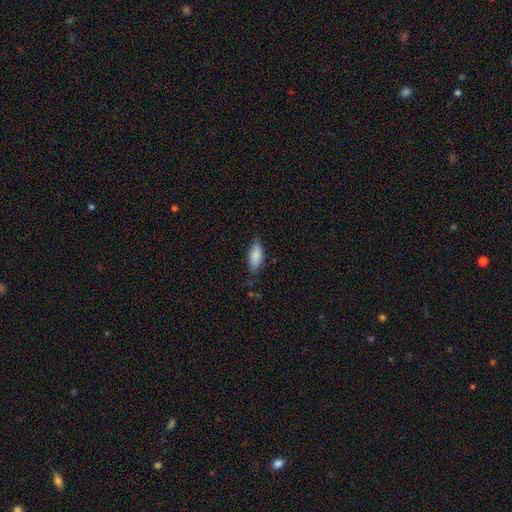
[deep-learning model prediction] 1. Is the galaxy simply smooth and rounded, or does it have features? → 86% smooth, 8% featured or disk, 6% star or artifact.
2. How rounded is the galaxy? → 85% in between, 13% cigar-shaped, 2% round.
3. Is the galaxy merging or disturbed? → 74% none, 21% minor disturbance, 4% major disturbance, 1% merger.